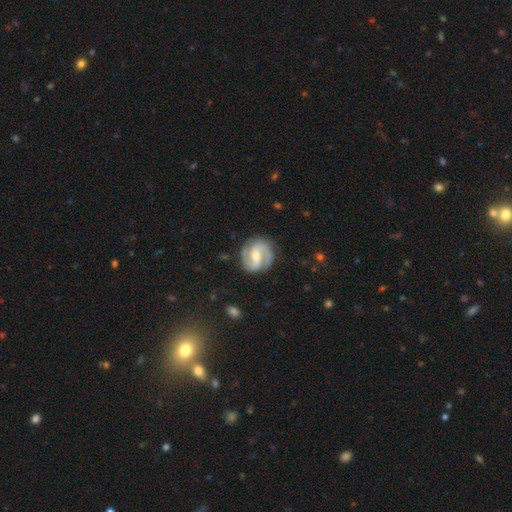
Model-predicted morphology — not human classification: A featured or disk galaxy (87%) with a weak bar (45%), 2 (86%) medium (51%) spiral arms (96%) and a moderate central bulge (50%).

Vote fractions:
- Smooth or featured? featured or disk: 87% / smooth: 9% / star or artifact: 4%
- Edge-on disk? no: 98% / yes: 2%
- Bar? weak: 45% / no: 29% / strong: 26%
- Spiral arms? yes: 96% / no: 4%
- Spiral winding? medium: 51% / tight: 35% / loose: 14%
- Spiral arm count? 2: 86% / 3: 6% / can't tell: 4% / 1: 2% / 4: 1% / more than 4: 1%
- Bulge size? moderate: 50% / small: 46% / large: 2% / none: 1% / dominant: 1%
- Merging? none: 83% / minor disturbance: 12% / major disturbance: 4% / merger: 1%